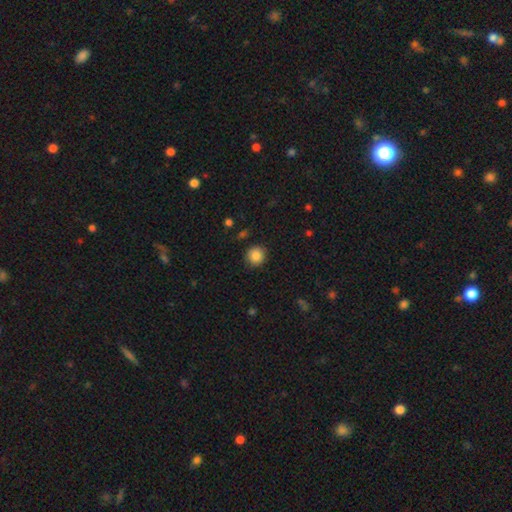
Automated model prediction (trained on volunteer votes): Smooth or featured? Predicted: smooth (p=0.86). How rounded? Predicted: round (p=0.92). Merging? Predicted: none (p=0.89).